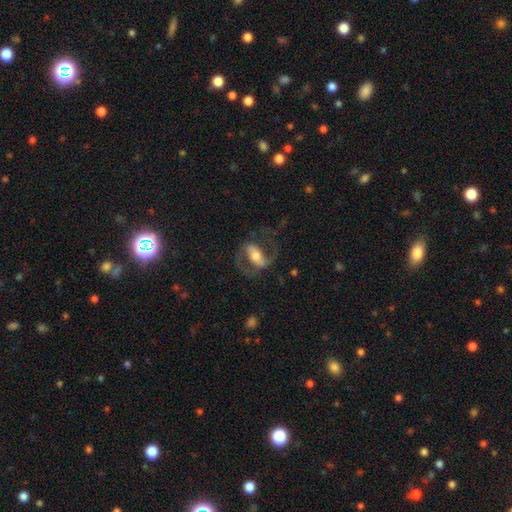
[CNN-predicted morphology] A featured or disk galaxy (79%) with a strong bar (50%), 2 (90%) medium (52%) spiral arms (90%) and a moderate central bulge (60%).

Vote fractions:
- Smooth or featured? featured or disk: 79% / smooth: 15% / star or artifact: 6%
- Edge-on disk? no: 95% / yes: 5%
- Bar? strong: 50% / weak: 32% / no: 18%
- Spiral arms? yes: 90% / no: 10%
- Spiral winding? medium: 52% / loose: 34% / tight: 14%
- Spiral arm count? 2: 90% / can't tell: 4% / 1: 4% / 3: 1% / 4: 1% / more than 4: 1%
- Bulge size? moderate: 60% / small: 22% / large: 15% / none: 2% / dominant: 2%
- Merging? none: 65% / major disturbance: 18% / minor disturbance: 15% / merger: 2%